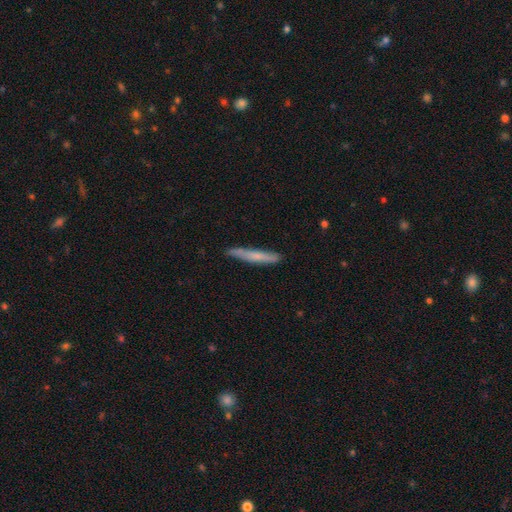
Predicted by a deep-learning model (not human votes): The model was most divided on "smooth or featured": smooth: 63%, featured or disk: 31%, star or artifact: 6%. More confident: how rounded — cigar-shaped (95%); merging — none (84%).